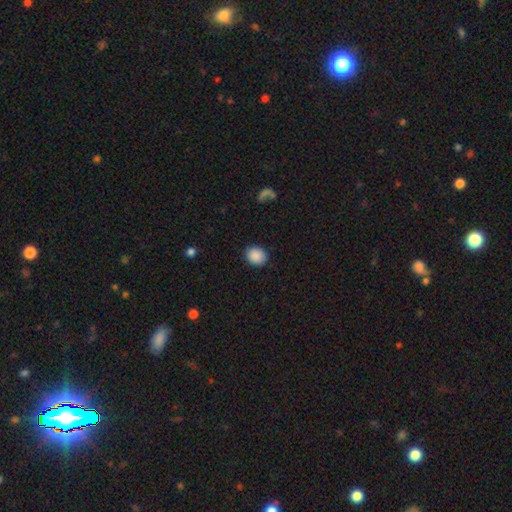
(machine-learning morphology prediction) Smooth or featured?
  - smooth: 89% *
  - star or artifact: 8%
  - featured or disk: 3%
How rounded?
  - round: 65% *
  - in between: 34%
  - cigar-shaped: 1%
Merging?
  - none: 89% *
  - minor disturbance: 8%
  - major disturbance: 2%
  - merger: 1%